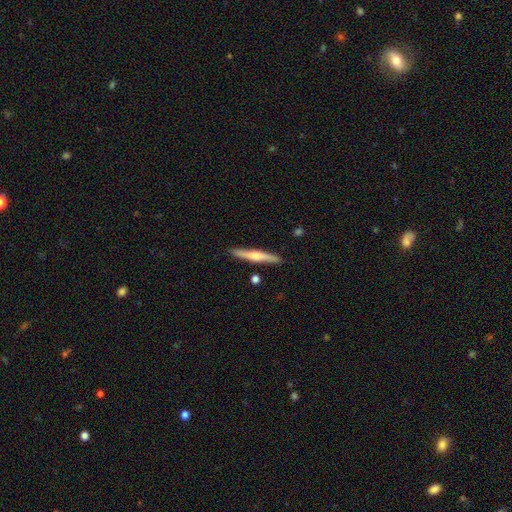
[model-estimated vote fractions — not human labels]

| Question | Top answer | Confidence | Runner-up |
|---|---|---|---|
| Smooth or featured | featured or disk | 51% | smooth (44%) |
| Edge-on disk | yes | 96% | no (4%) |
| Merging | none | 88% | minor disturbance (8%) |